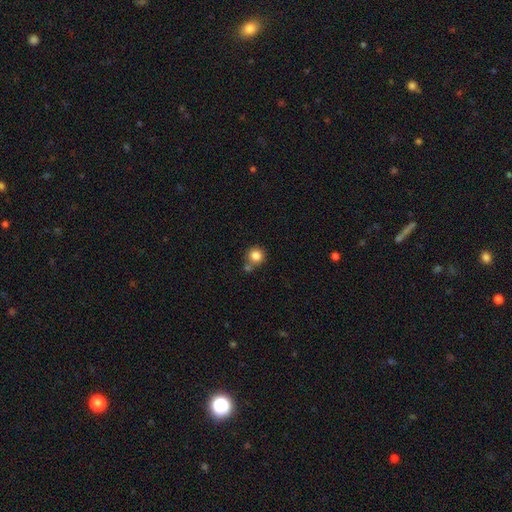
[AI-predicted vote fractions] A smooth galaxy with no disk features (83%) that is round (92%).

Vote fractions:
- Smooth or featured? smooth: 83% / star or artifact: 10% / featured or disk: 6%
- How rounded? round: 92% / in between: 7% / cigar-shaped: 1%
- Merging? none: 65% / merger: 21% / minor disturbance: 11% / major disturbance: 3%